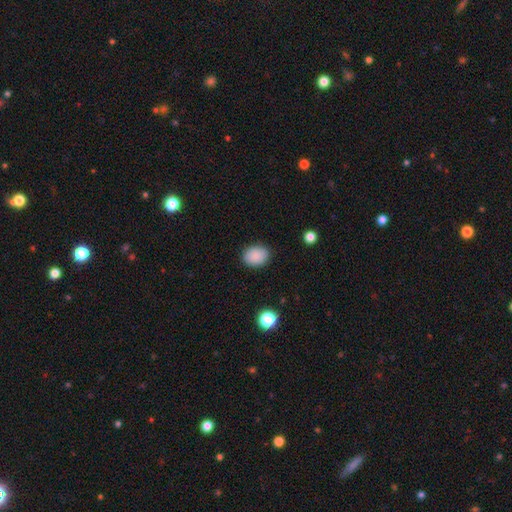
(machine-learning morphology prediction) This is clearly a smooth galaxy (89%). How rounded: likely in between (62%). Merging: clearly none (87%).